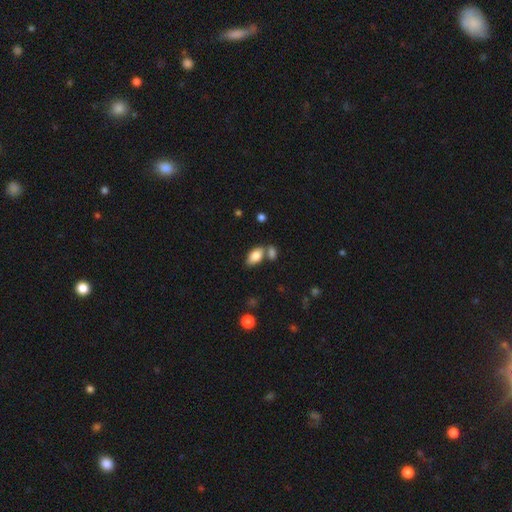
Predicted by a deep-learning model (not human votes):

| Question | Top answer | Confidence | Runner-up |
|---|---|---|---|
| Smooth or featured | smooth | 82% | featured or disk (11%) |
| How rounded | in between | 91% | round (4%) |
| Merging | none | 57% | merger (26%) |